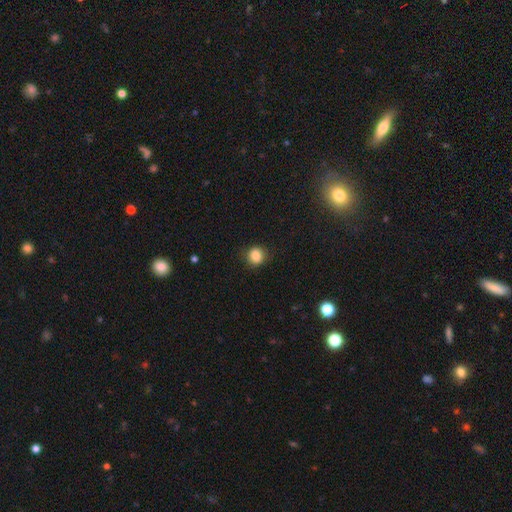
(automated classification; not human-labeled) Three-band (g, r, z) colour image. It shows a smooth galaxy with no disk features (85%) that is round (84%). Merging: none (85%).